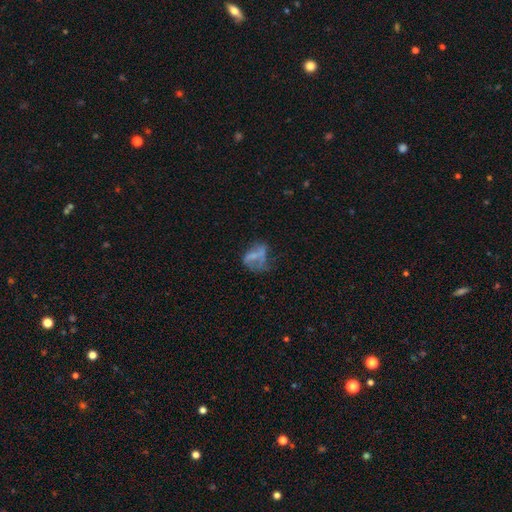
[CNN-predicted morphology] type=featured or disk (43%); merging=major disturbance (40%).